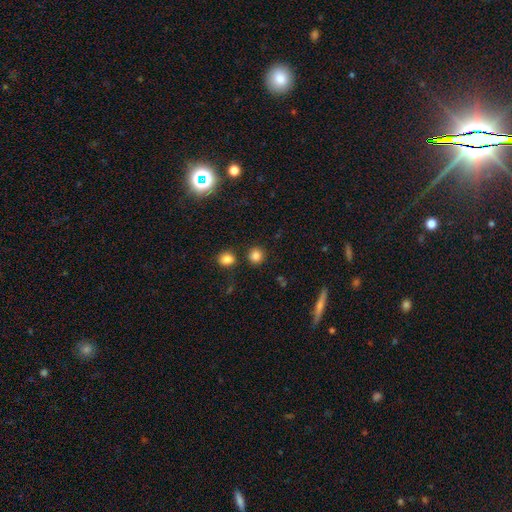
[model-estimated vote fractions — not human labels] Morphology: type=smooth (84%); roundness=round (89%); merging=none (83%).